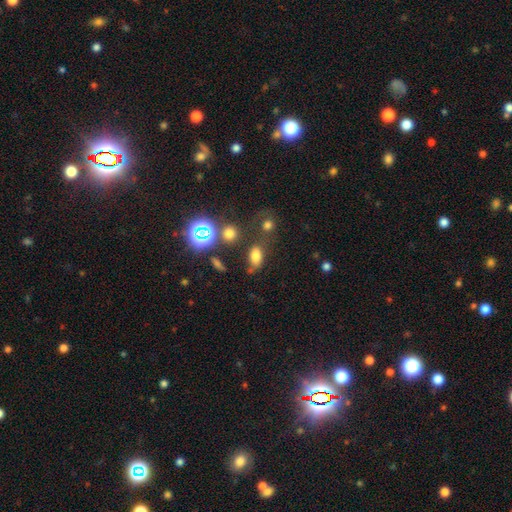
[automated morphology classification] A smooth galaxy with no disk features (73%) that is in between round and cigar-shaped (83%).

Vote fractions:
- Smooth or featured? smooth: 73% / star or artifact: 18% / featured or disk: 9%
- How rounded? in between: 83% / round: 12% / cigar-shaped: 4%
- Merging? none: 62% / minor disturbance: 18% / merger: 12% / major disturbance: 8%